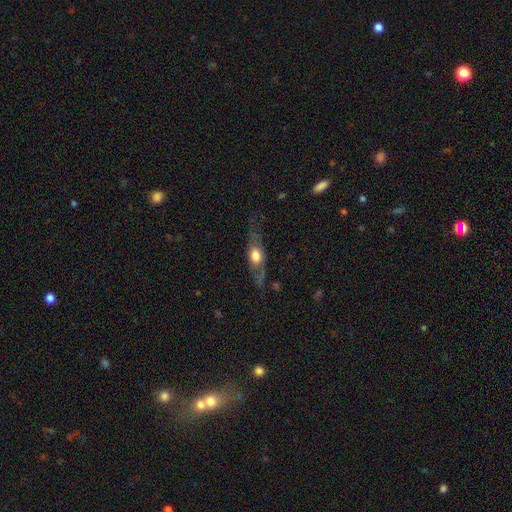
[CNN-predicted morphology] A featured or disk galaxy (51%) viewed edge-on (66%). Merging: none (66%).